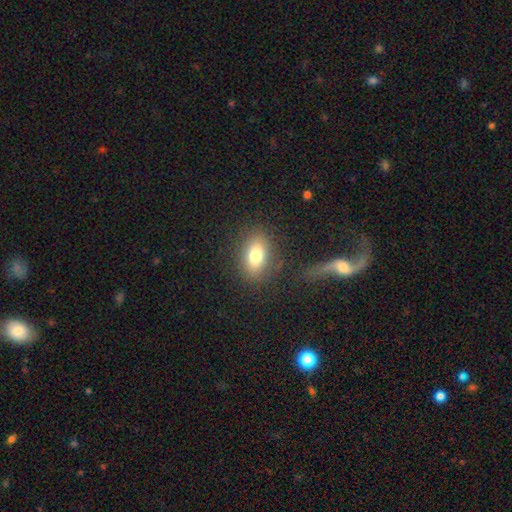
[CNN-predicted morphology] A smooth galaxy with no disk features (76%) that is in between round and cigar-shaped (80%). Merging: none (82%).